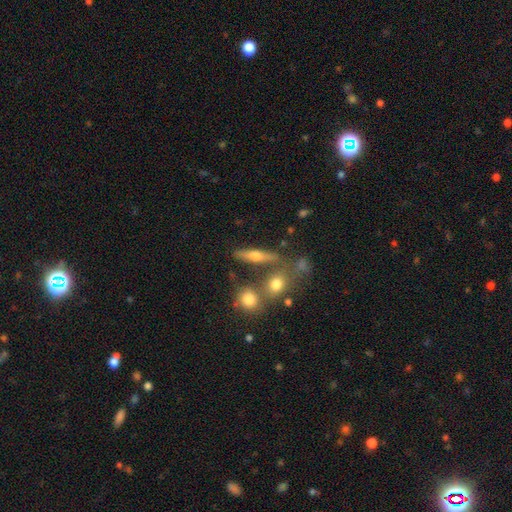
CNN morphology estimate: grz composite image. It shows a featured or disk galaxy (44%, tied with smooth). Merging: none (68%).